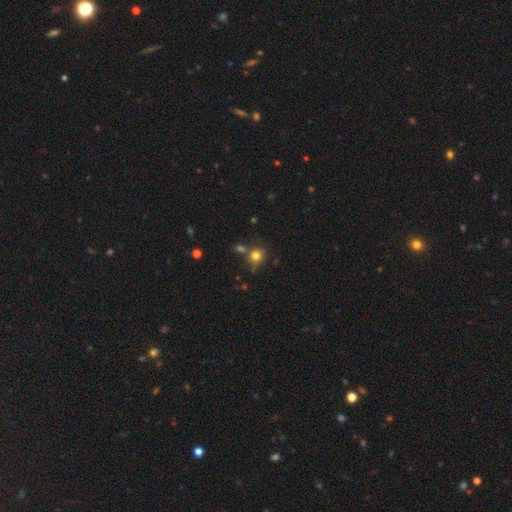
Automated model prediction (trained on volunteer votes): Smooth or featured: smooth — 78% (star or artifact — 13%)
How rounded: round — 80% (in between — 19%)
Merging: none — 61% (merger — 17%)